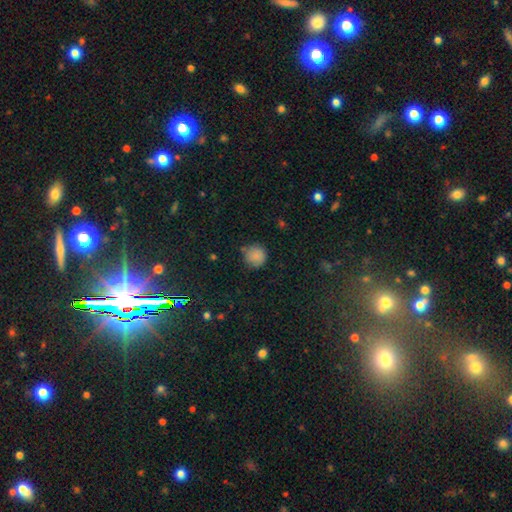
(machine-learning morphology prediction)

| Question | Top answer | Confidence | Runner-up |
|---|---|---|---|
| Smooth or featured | smooth | 81% | star or artifact (11%) |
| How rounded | round | 93% | in between (6%) |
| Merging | none | 75% | minor disturbance (18%) |